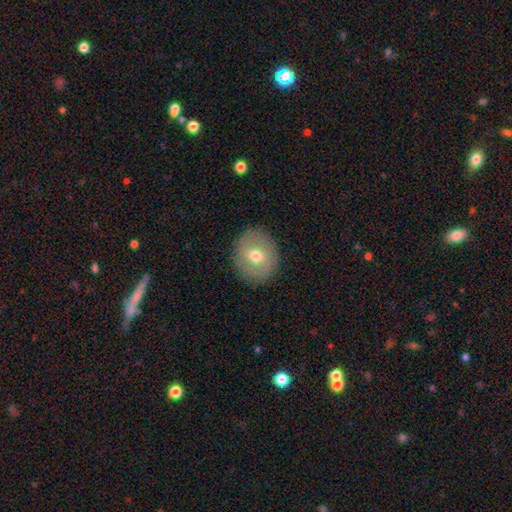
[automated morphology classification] Overall: smooth (65%; featured or disk 27%). How rounded: round (74%). Merging: none (88%).